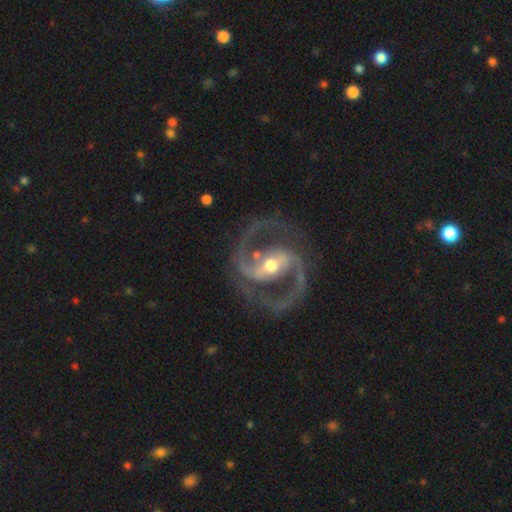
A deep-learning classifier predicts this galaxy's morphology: Overall: featured or disk (94%). Edge-on disk: no (98%). Bar: strong (50%; weak 34%). Spiral arms: yes (98%). Spiral arm count: 2 (94%). Spiral winding: medium (69%). Bulge size: moderate (66%; small 27%). Merging: none (83%).